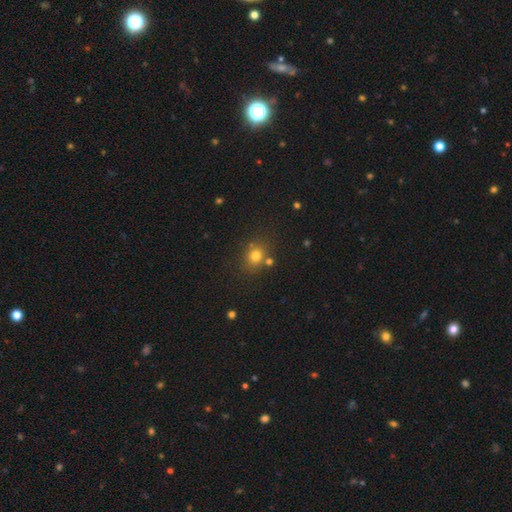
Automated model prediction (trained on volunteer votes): smooth_or_featured: smooth (p=0.76) [alt: star or artifact p=0.16]
how_rounded: round (p=0.71) [alt: in between p=0.28]
merging: none (p=0.74) [alt: minor disturbance p=0.12]